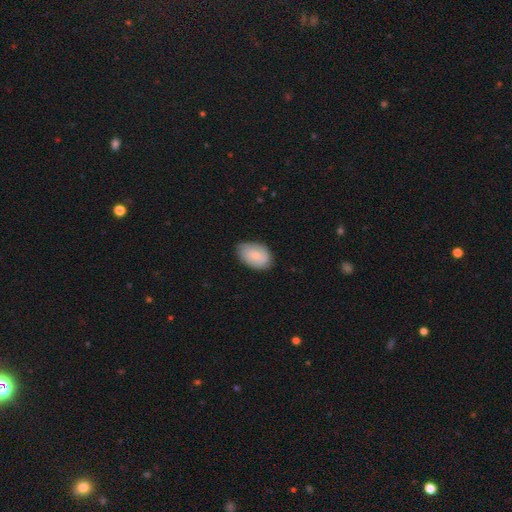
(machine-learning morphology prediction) Overall: smooth (67%; featured or disk 27%). How rounded: in between (85%). Merging: none (74%).